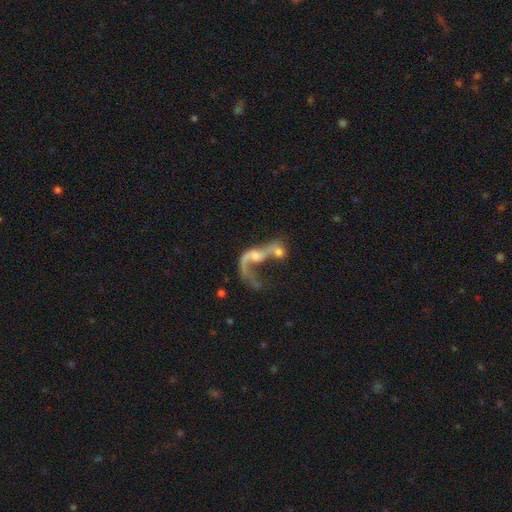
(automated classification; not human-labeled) featured or disk 67%, smooth 23%, star or artifact 10%. Down the decision tree: edge-on disk — no (94%); bar — no (61%); spiral arms — yes (71%); bulge size — moderate (34%); merging — merger (60%).